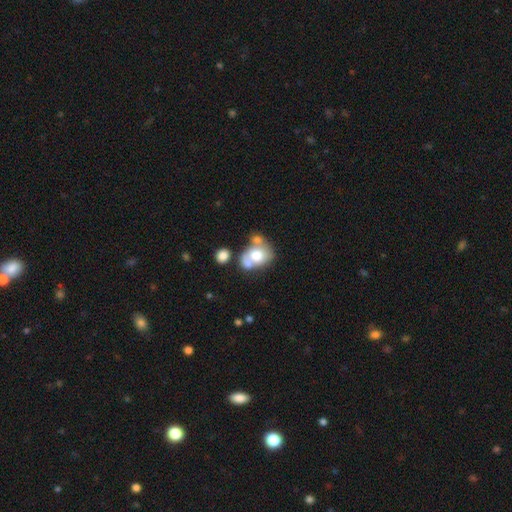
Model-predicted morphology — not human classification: Smooth or featured? Predicted: smooth (p=0.63). How rounded? Predicted: in between (p=0.59). Merging? Predicted: merger (p=0.48).